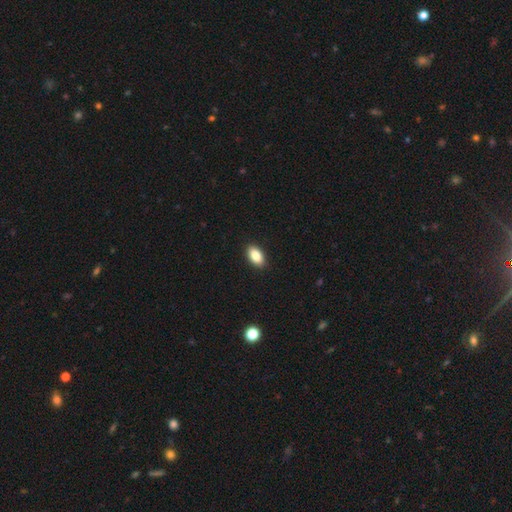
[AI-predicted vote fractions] The model was most divided on "smooth or featured": smooth: 86%, star or artifact: 8%, featured or disk: 6%. More confident: how rounded — in between (93%); merging — none (90%).